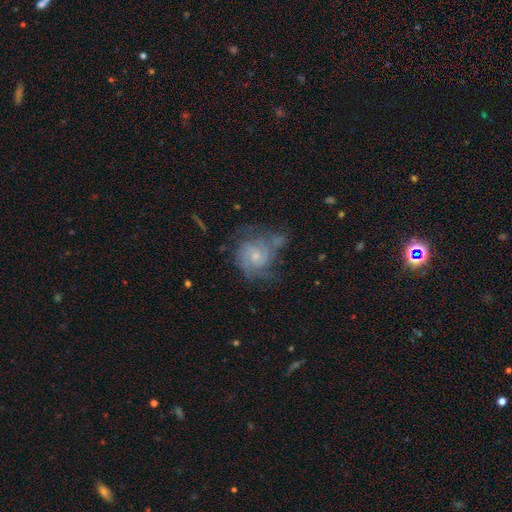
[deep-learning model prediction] Overall: featured or disk (72%). Edge-on disk: no (98%). Bar: no (68%). Spiral arms: yes (88%). Spiral arm count: 2 (35%; can't tell 33%). Spiral winding: tight (50%; medium 38%). Bulge size: small (60%; moderate 33%). Merging: none (46%; minor disturbance 24%).